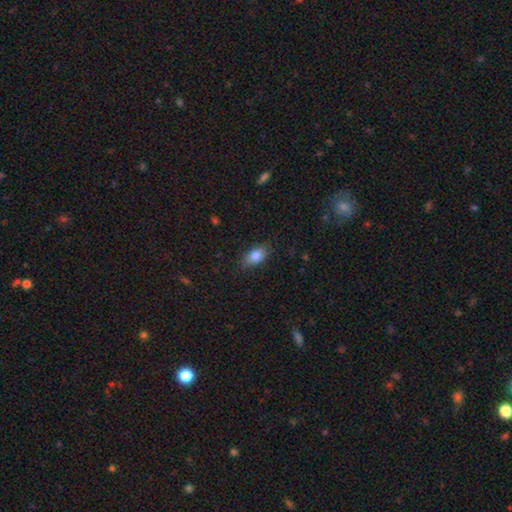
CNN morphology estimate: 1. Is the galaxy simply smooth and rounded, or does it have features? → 83% smooth, 9% featured or disk, 8% star or artifact.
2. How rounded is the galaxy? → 88% in between, 6% round, 6% cigar-shaped.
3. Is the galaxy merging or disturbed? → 82% none, 14% minor disturbance, 3% major disturbance, 1% merger.